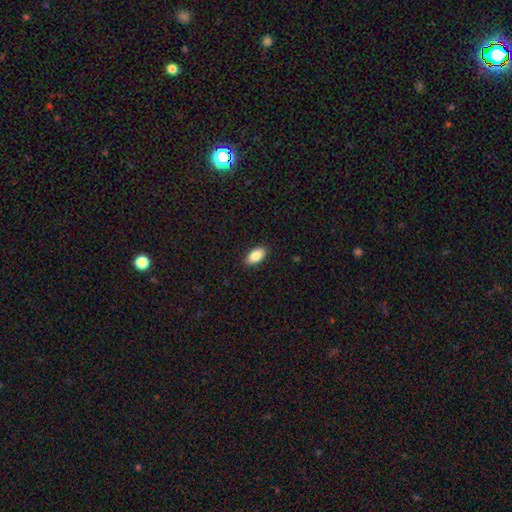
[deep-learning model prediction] This is clearly a smooth galaxy (87%). How rounded: clearly in between (93%). Merging: clearly none (89%).